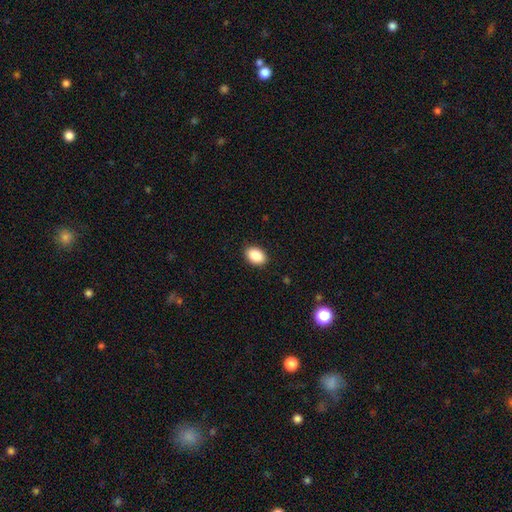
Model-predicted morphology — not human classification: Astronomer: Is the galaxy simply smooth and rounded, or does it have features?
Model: smooth — 88%.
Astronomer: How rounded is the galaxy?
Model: in between — 85%.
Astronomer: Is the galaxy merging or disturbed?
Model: none — 90%.